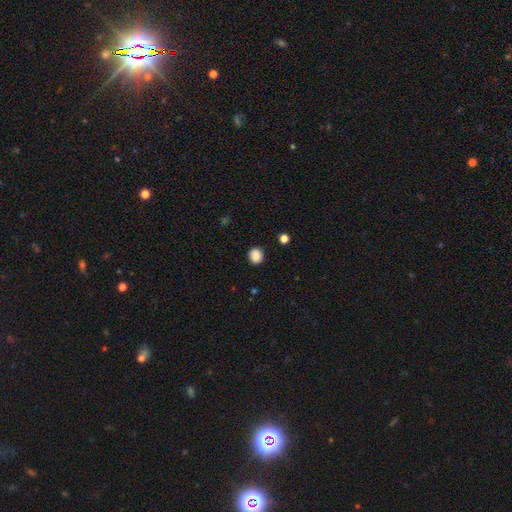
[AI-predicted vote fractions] smooth-or-featured: smooth: 87% | star or artifact: 10% | featured or disk: 3%
  how-rounded: round: 84% | in between: 15% | cigar-shaped: 1%
  merging: none: 89% | minor disturbance: 8% | major disturbance: 2% | merger: 1%